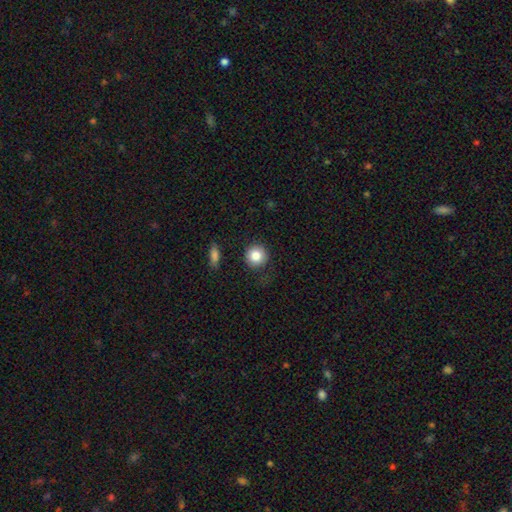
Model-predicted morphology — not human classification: Smooth or featured? Predicted: smooth (p=0.84). How rounded? Predicted: round (p=0.92). Merging? Predicted: none (p=0.83).